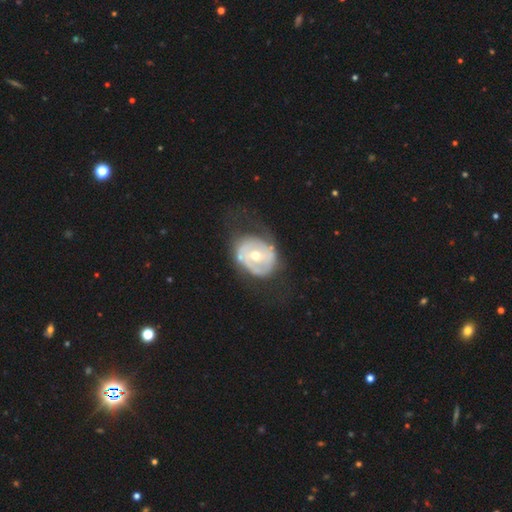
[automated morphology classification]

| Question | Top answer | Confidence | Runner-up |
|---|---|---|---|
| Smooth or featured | featured or disk | 69% | smooth (25%) |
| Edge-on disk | no | 96% | yes (4%) |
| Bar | no | 60% | weak (27%) |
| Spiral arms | yes | 54% | no (46%) |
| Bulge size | moderate | 63% | small (32%) |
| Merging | none | 46% | minor disturbance (27%) |